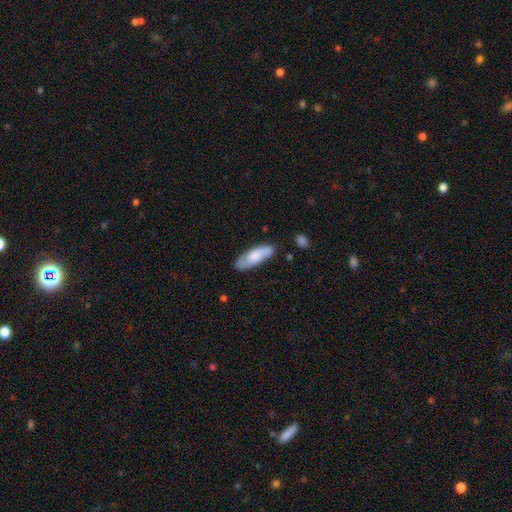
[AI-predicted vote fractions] Smooth or featured: smooth — 58% (featured or disk — 36%)
How rounded: in between — 56% (cigar-shaped — 42%)
Merging: none — 78% (minor disturbance — 16%)